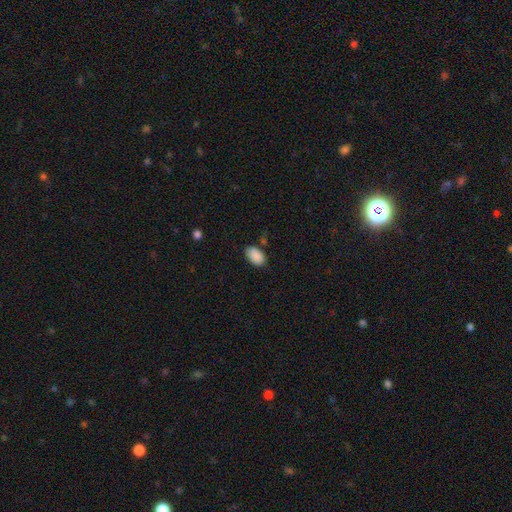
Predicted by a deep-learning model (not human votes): Smooth or featured: smooth — 89% (star or artifact — 7%)
How rounded: in between — 92% (round — 7%)
Merging: none — 76% (minor disturbance — 17%)